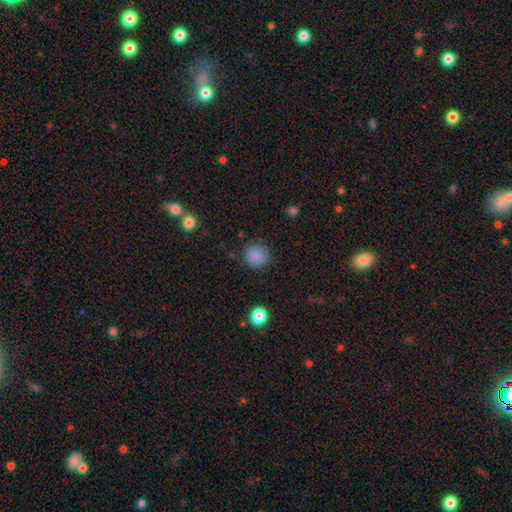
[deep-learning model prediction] smooth 85%, star or artifact 10%, featured or disk 5%. Down the decision tree: how rounded — round (89%); merging — none (86%).